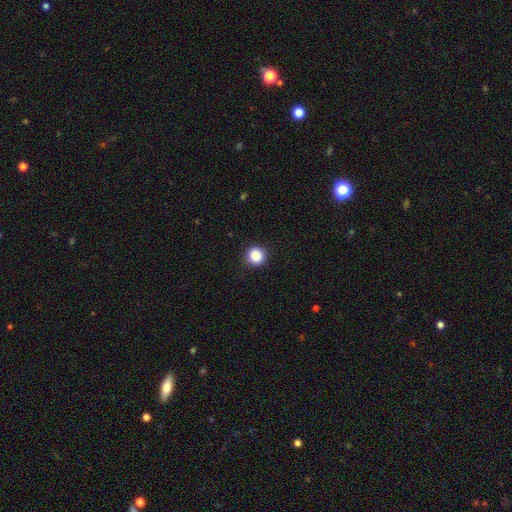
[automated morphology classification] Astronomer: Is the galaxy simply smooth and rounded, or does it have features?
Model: smooth — 87%.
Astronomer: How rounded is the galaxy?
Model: round — 91%.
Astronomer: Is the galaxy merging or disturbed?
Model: none — 90%.